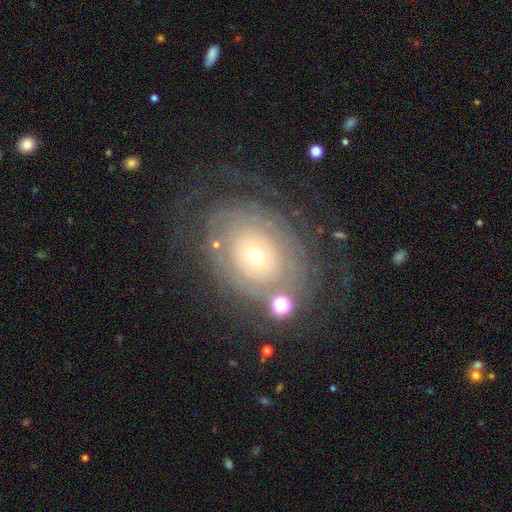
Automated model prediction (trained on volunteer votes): This appears to be a featured or disk galaxy (75%) with no bar (87%), tight (77%) spiral arms (75%) and a small central bulge (55%). Merging: none (65%).